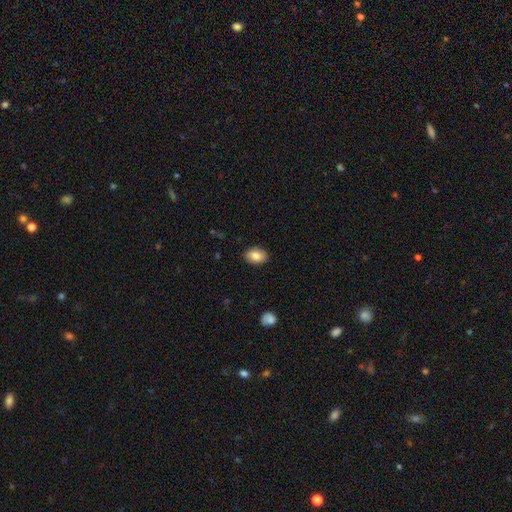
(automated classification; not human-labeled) Morphology: type=smooth (84%); roundness=in between (85%); merging=none (89%).